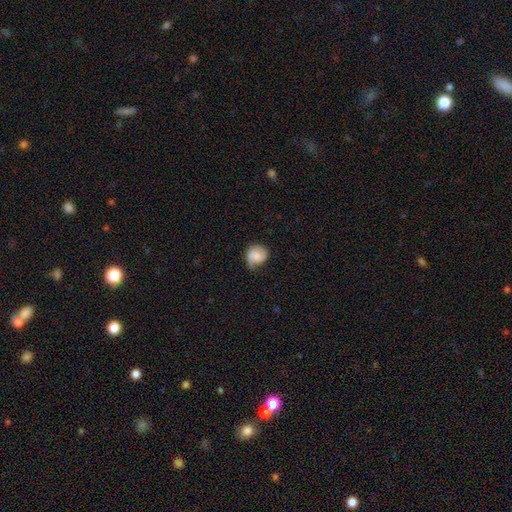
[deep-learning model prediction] smooth-or-featured: smooth: 63% | featured or disk: 29% | star or artifact: 8%
  how-rounded: round: 78% | in between: 21% | cigar-shaped: 1%
  merging: none: 52% | minor disturbance: 36% | major disturbance: 11% | merger: 2%